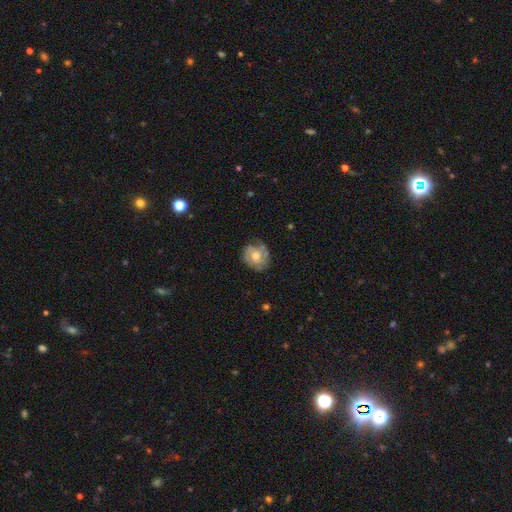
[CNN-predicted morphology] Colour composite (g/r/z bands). It shows a featured or disk galaxy (70%) with no bar (70%), 2 (43%) tight (55%) spiral arms (88%) and a moderate central bulge (67%). Merging: none (66%).